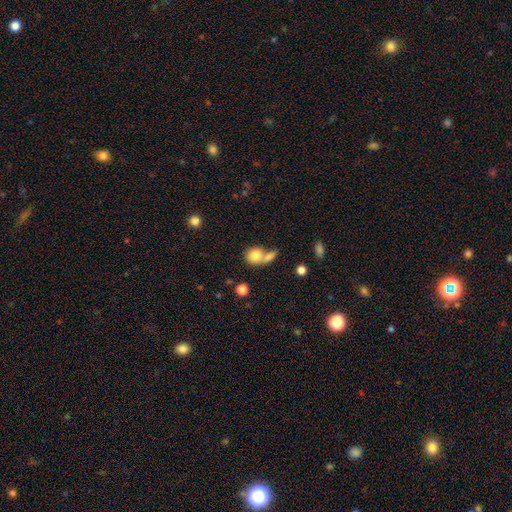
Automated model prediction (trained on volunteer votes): Morphology: type=smooth (80%); roundness=round (67%); merging=merger (50%).